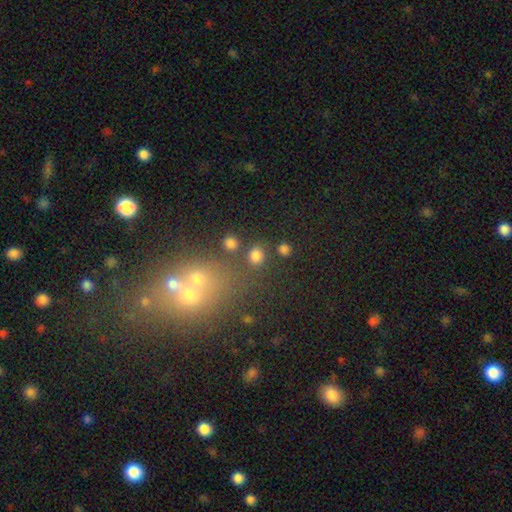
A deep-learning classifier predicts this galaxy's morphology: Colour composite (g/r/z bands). It shows a smooth galaxy with no disk features (80%) that is round (81%). Merging: none (81%).